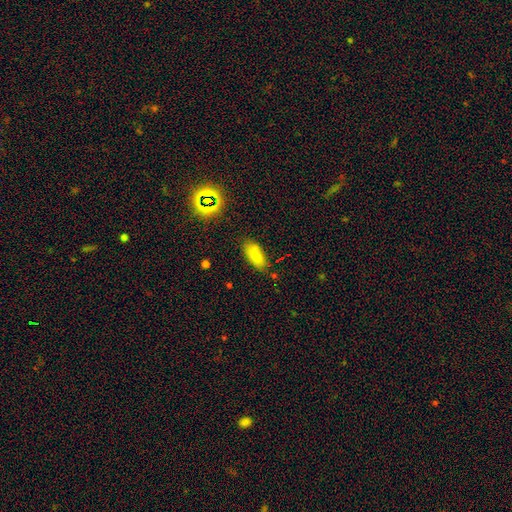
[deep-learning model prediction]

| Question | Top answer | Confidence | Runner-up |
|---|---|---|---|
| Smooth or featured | smooth | 75% | featured or disk (13%) |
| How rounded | in between | 87% | cigar-shaped (10%) |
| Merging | none | 74% | minor disturbance (17%) |